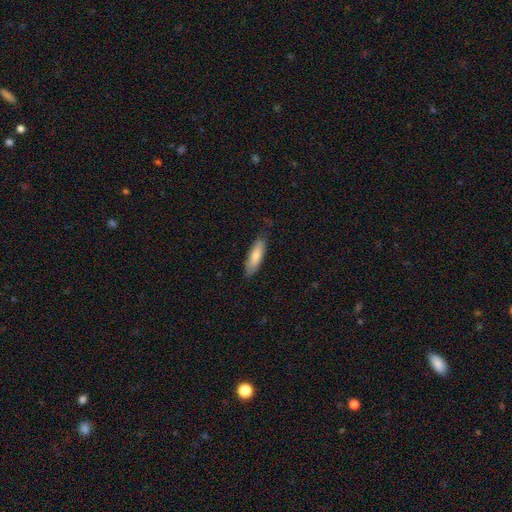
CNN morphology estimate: Q: Smooth or featured?
A: smooth (78%); runner-up: featured or disk (16%)
Q: How rounded?
A: cigar-shaped (50%); runner-up: in between (48%)
Q: Merging?
A: none (81%); runner-up: minor disturbance (16%)